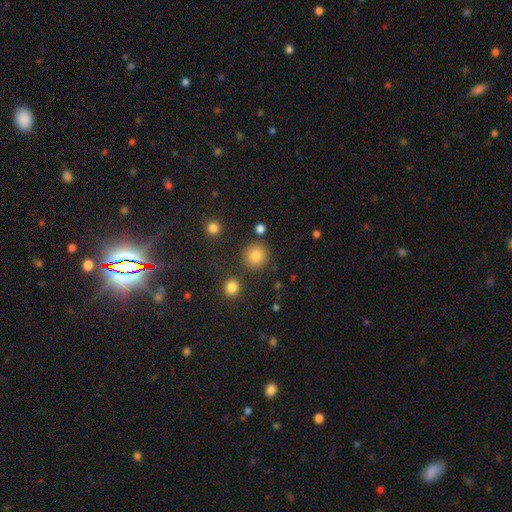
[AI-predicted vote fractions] Smooth or featured? smooth (83%)
How rounded? round (92%)
Merging? none (84%)